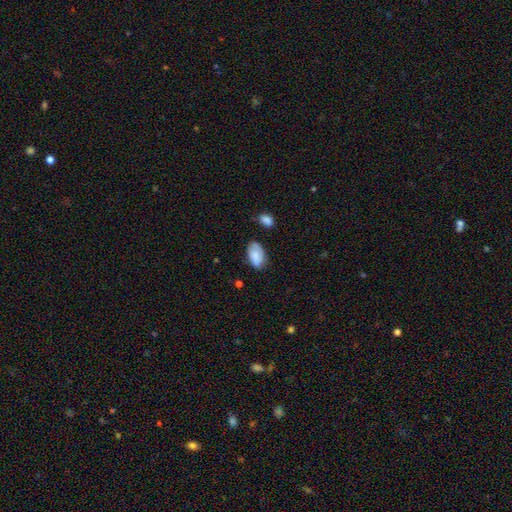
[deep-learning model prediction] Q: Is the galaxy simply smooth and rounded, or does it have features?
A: smooth — 79%.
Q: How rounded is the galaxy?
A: in between — 93%.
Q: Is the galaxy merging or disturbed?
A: none — 67%.